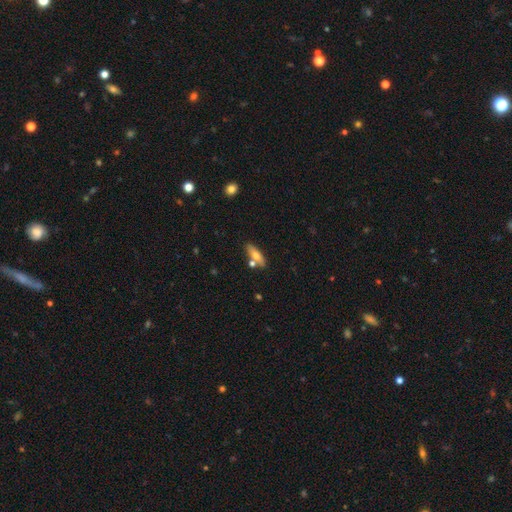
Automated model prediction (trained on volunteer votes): This appears to be a smooth galaxy with no disk features (63%) that is in between round and cigar-shaped (49%). Merging: none (70%).